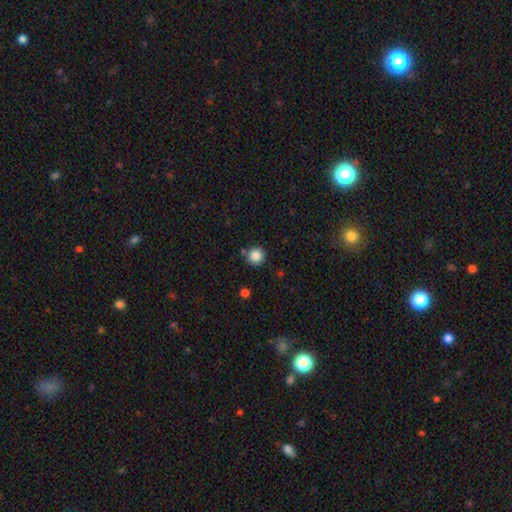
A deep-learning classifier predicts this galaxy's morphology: The model was most divided on "merging": none: 82%, minor disturbance: 9%, merger: 6%, major disturbance: 3%. More confident: how rounded — round (94%); smooth or featured — smooth (86%).